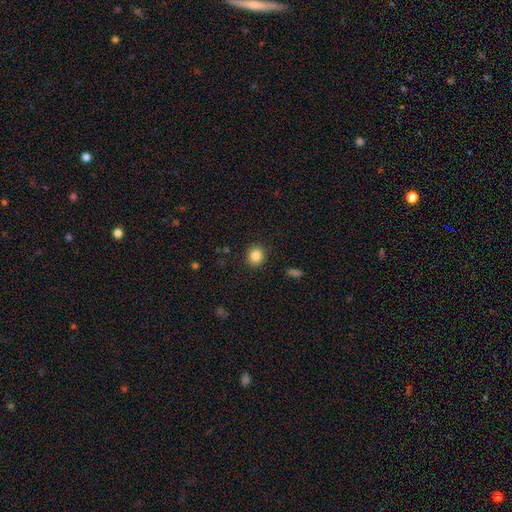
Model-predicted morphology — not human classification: Overall: smooth (85%). How rounded: round (84%). Merging: none (90%).